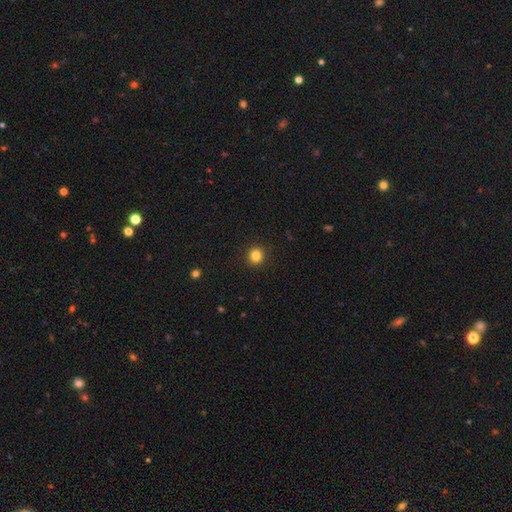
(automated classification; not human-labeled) This is clearly a smooth galaxy (83%). How rounded: clearly round (91%). Merging: clearly none (92%).